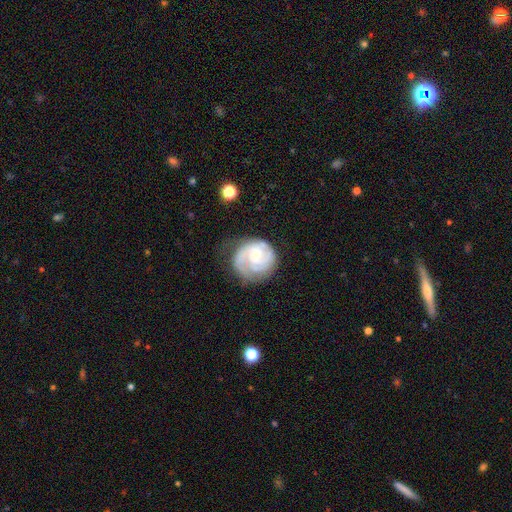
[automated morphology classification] Overall: featured or disk (71%). Edge-on disk: no (98%). Bar: no (66%; weak 29%). Spiral arms: yes (90%). Spiral arm count: 2 (42%; can't tell 25%). Spiral winding: tight (57%; medium 32%). Bulge size: small (54%; moderate 32%). Merging: none (57%; minor disturbance 25%).